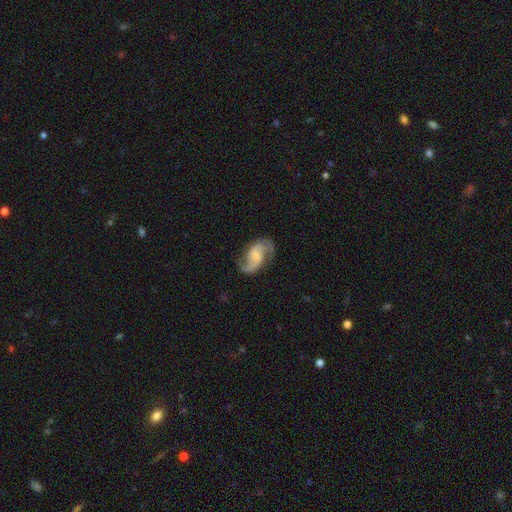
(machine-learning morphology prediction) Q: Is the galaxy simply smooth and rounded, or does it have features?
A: featured or disk — 85%.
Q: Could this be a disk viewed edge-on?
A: no — 98%.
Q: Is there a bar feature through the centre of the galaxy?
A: weak — 44%.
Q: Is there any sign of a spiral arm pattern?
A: yes — 96%.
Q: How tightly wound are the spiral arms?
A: medium — 45%.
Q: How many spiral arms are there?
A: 2 — 91%.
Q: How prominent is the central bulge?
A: small — 40%.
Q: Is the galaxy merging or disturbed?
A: none — 73%.